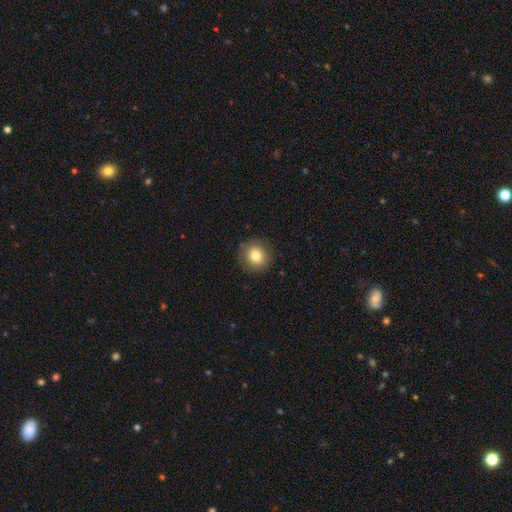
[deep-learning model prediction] Smooth or featured: smooth — 78% (featured or disk — 11%)
How rounded: round — 93% (in between — 7%)
Merging: none — 87% (minor disturbance — 9%)